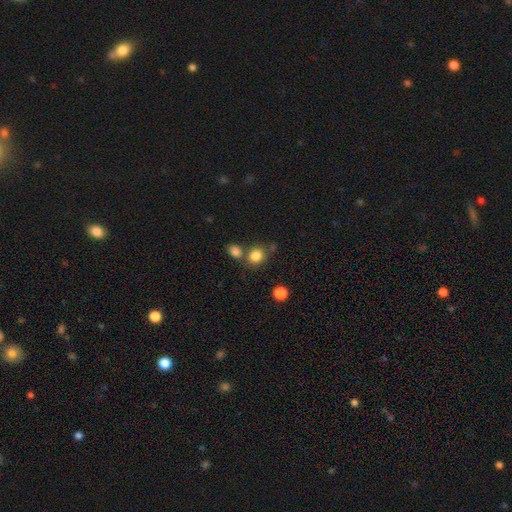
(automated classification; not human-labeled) A smooth galaxy with no disk features (83%) that is round (72%).

Vote fractions:
- Smooth or featured? smooth: 83% / star or artifact: 11% / featured or disk: 6%
- How rounded? round: 72% / in between: 27% / cigar-shaped: 1%
- Merging? none: 61% / merger: 24% / minor disturbance: 11% / major disturbance: 4%